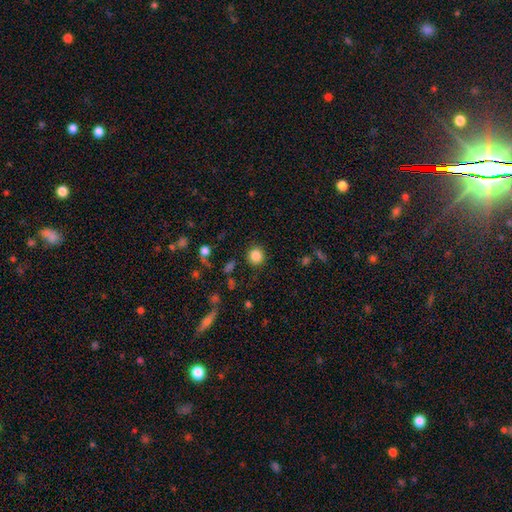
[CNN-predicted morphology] Overall: smooth (85%). How rounded: round (92%). Merging: none (87%).